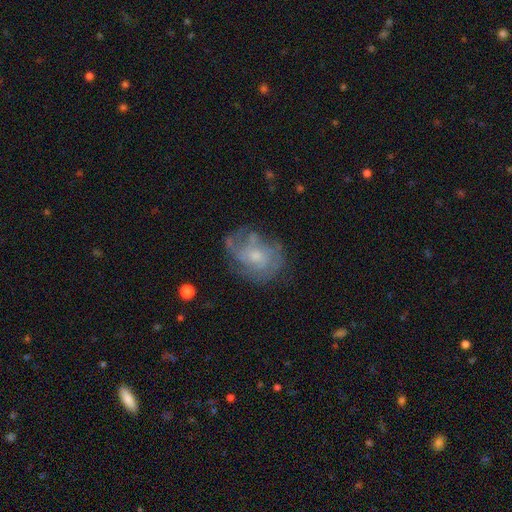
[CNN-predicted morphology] type=featured or disk (68%); edge-on=no (97%); bar=no (75%); spiral arms=yes (78%); winding=tight (47%); arm count=can't tell (48%); bulge=small (52%); merging=none (64%).